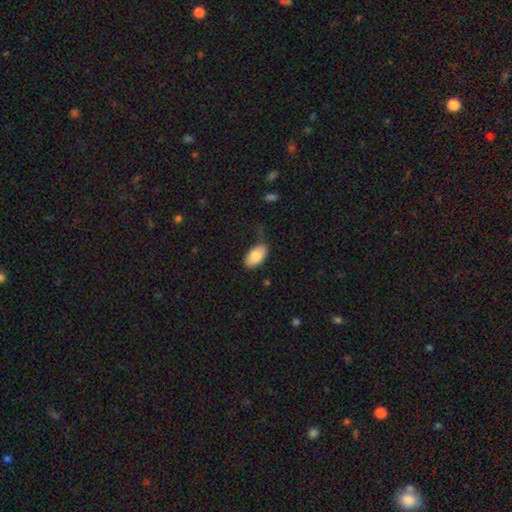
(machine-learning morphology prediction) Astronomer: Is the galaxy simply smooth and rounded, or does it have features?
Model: smooth — 83%.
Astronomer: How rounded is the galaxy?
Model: in between — 95%.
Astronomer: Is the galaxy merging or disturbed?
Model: none — 60%.